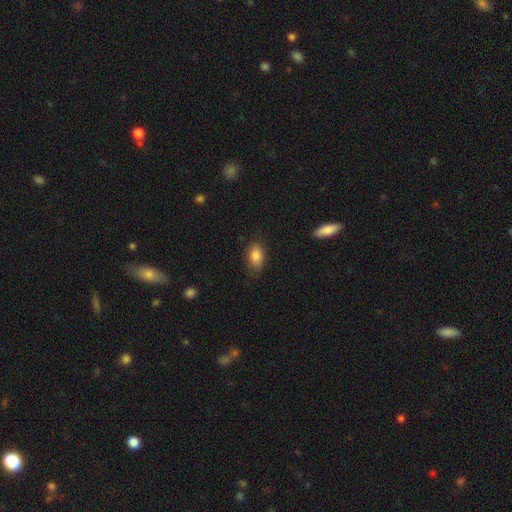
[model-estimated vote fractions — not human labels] smooth-or-featured: smooth: 84% | star or artifact: 8% | featured or disk: 8%
  how-rounded: in between: 88% | round: 9% | cigar-shaped: 3%
  merging: none: 76% | minor disturbance: 18% | major disturbance: 4% | merger: 1%